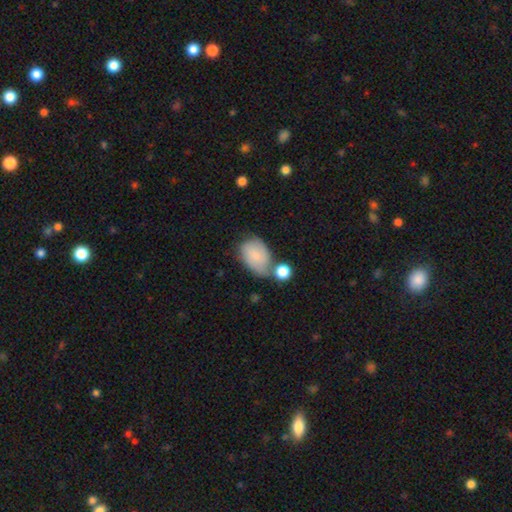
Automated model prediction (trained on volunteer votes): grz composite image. It shows a smooth galaxy with no disk features (61%) that is in between round and cigar-shaped (75%). Merging: none (44%).